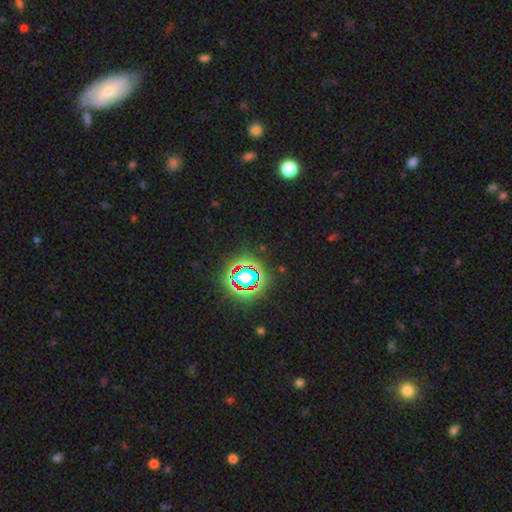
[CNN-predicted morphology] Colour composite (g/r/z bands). It shows a star or artifact, not a galaxy (78%).